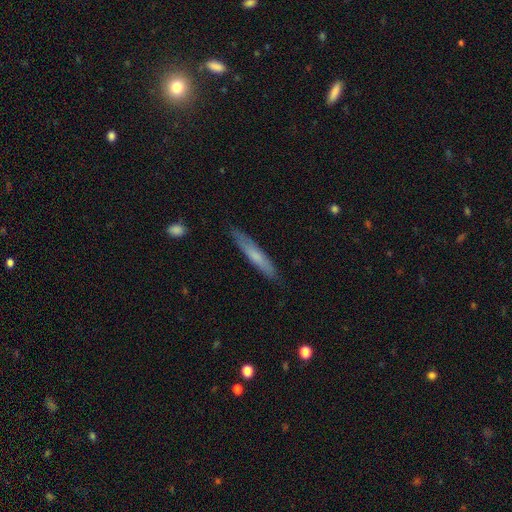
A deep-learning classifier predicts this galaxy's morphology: A smooth galaxy with no disk features (63%) that is cigar-shaped (93%). Merging: none (86%).